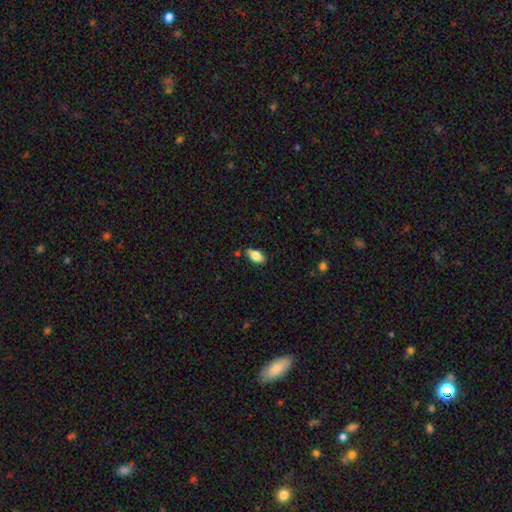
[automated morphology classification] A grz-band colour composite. It shows a smooth galaxy with no disk features (76%) that is in between round and cigar-shaped (89%). Merging: none (82%).